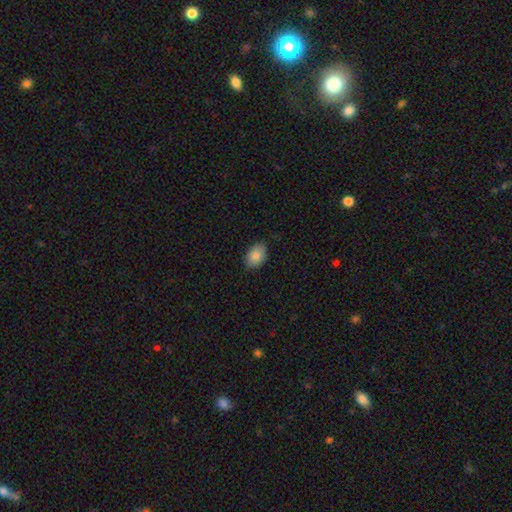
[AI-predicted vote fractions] Morphology: type=smooth (86%); roundness=in between (84%); merging=none (86%).